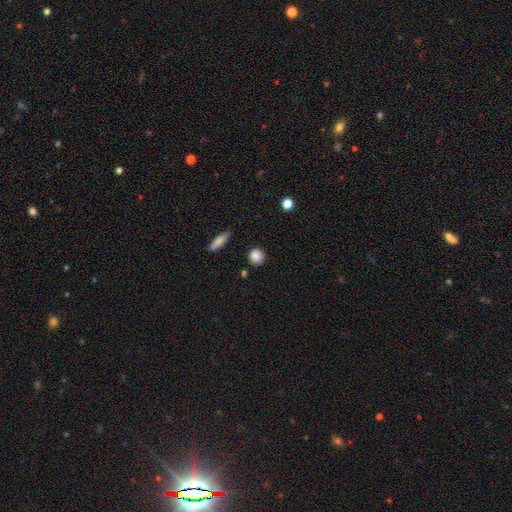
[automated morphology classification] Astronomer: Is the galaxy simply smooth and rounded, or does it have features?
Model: smooth — 86%.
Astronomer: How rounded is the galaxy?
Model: round — 84%.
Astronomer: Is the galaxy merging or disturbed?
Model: none — 84%.